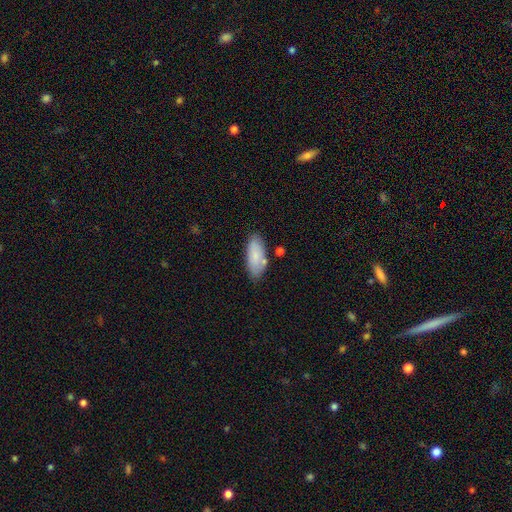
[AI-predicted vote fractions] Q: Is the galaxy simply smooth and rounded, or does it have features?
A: smooth — 83%.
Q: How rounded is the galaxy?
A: in between — 85%.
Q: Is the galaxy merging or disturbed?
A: none — 72%.